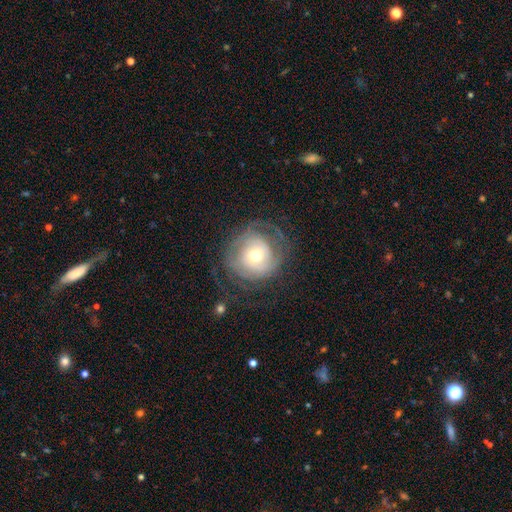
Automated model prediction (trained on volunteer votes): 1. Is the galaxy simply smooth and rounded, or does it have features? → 64% featured or disk, 28% smooth, 8% star or artifact.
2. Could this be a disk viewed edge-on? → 96% no, 4% yes.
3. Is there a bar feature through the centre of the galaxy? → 80% no, 15% weak, 5% strong.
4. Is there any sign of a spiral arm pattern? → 76% yes, 24% no.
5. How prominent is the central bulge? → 65% moderate, 23% small, 9% large, 2% dominant, 1% none.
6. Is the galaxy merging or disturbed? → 60% none, 21% major disturbance, 18% minor disturbance, 2% merger.